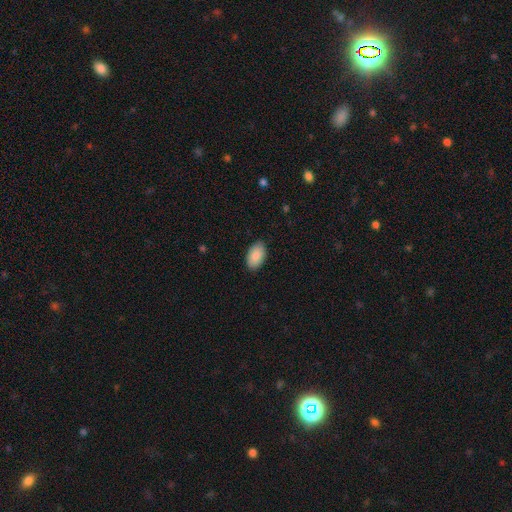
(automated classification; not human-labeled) smooth 90%, star or artifact 6%, featured or disk 4%. Down the decision tree: how rounded — in between (95%); merging — none (88%).